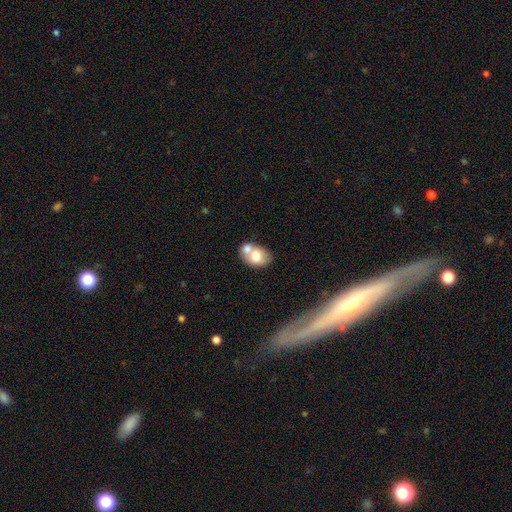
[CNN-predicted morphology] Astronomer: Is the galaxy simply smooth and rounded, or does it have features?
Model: smooth — 69%.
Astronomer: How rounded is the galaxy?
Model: in between — 74%.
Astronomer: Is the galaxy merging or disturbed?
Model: merger — 51% (runner-up: none, 33%).